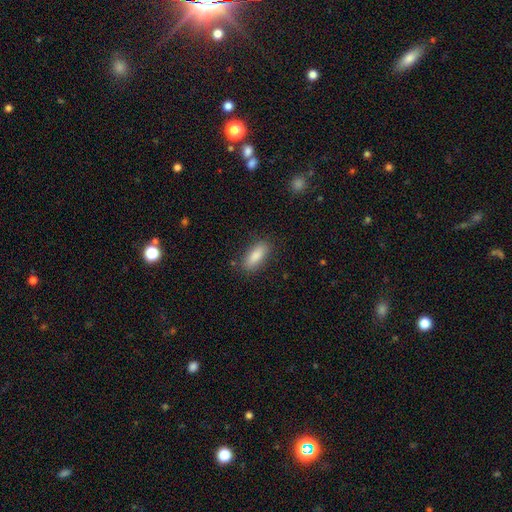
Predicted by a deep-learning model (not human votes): Smooth or featured? smooth (86%)
How rounded? in between (75%)
Merging? none (85%)